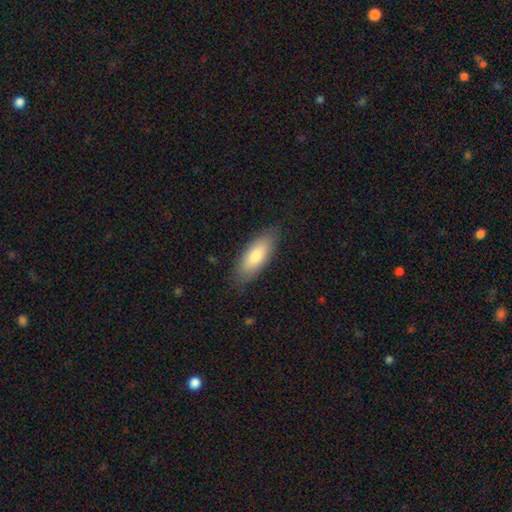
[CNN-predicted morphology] Smooth or featured: smooth — 77% (featured or disk — 18%)
How rounded: in between — 76% (cigar-shaped — 22%)
Merging: none — 82% (minor disturbance — 14%)